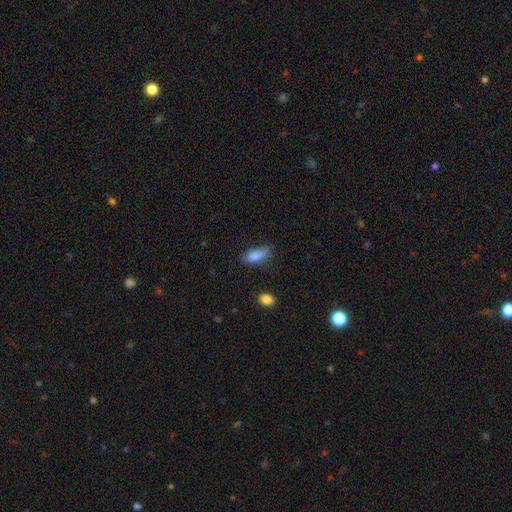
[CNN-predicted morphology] Overall: smooth (85%). How rounded: in between (72%). Merging: none (72%).